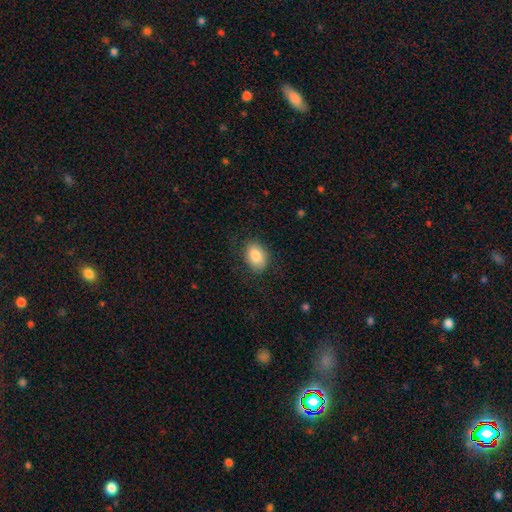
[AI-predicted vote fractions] Smooth or featured?
  - smooth: 84% *
  - featured or disk: 9%
  - star or artifact: 7%
How rounded?
  - in between: 79% *
  - round: 20%
  - cigar-shaped: 1%
Merging?
  - none: 80% *
  - minor disturbance: 14%
  - major disturbance: 5%
  - merger: 1%